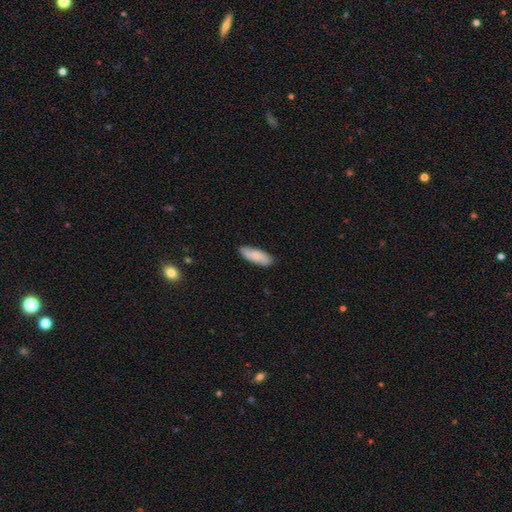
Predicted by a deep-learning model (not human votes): A smooth galaxy with no disk features (81%) that is in between round and cigar-shaped (65%).

Vote fractions:
- Smooth or featured? smooth: 81% / featured or disk: 13% / star or artifact: 6%
- How rounded? in between: 65% / cigar-shaped: 33% / round: 2%
- Merging? none: 77% / minor disturbance: 19% / major disturbance: 3% / merger: 2%